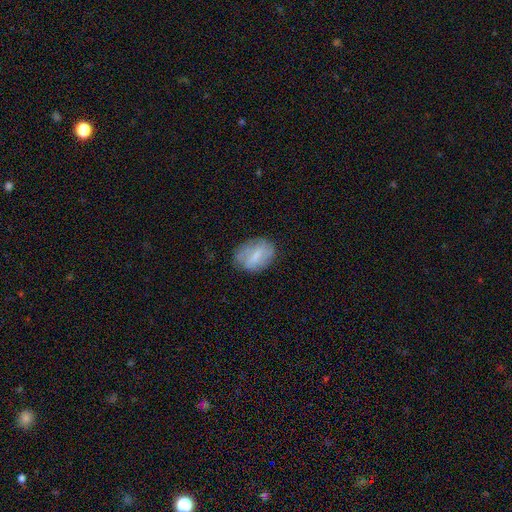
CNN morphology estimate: smooth 58%, featured or disk 34%, star or artifact 8%. Down the decision tree: how rounded — in between (78%); merging — none (68%).